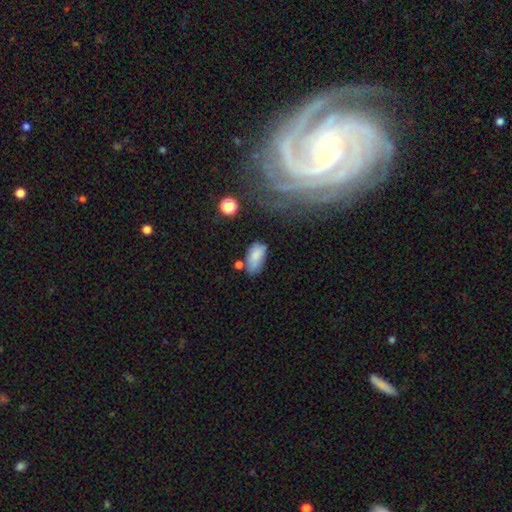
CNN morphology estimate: Smooth or featured? Predicted: smooth (p=0.79). How rounded? Predicted: in between (p=0.92). Merging? Predicted: none (p=0.52).